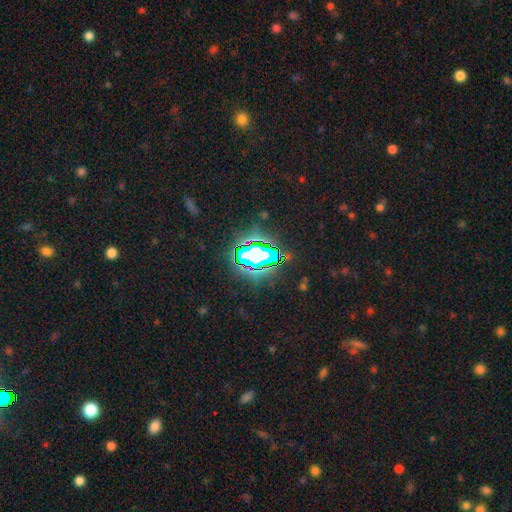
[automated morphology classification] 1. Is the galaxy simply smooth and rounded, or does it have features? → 69% star or artifact, 19% smooth, 12% featured or disk.